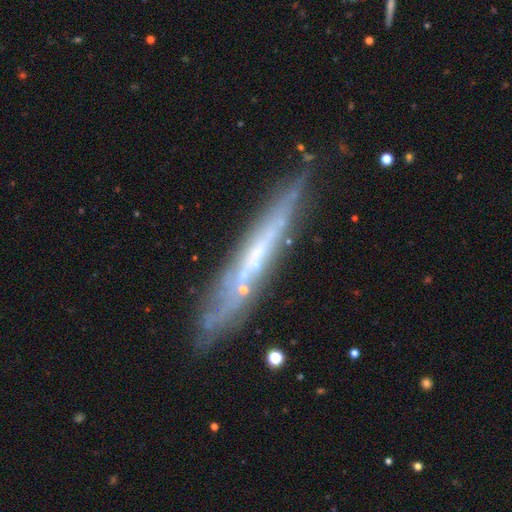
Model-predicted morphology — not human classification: Smooth or featured: featured or disk — 67% (smooth — 25%)
Edge-on disk: yes — 81% (no — 19%)
Edge-on bulge: none — 79% (rounded — 16%)
Merging: none — 78% (minor disturbance — 15%)